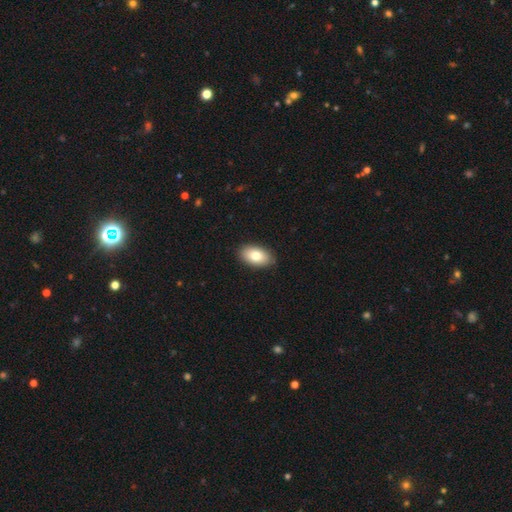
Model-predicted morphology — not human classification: Smooth or featured?
  - smooth: 79% *
  - featured or disk: 14%
  - star or artifact: 7%
How rounded?
  - in between: 93% *
  - round: 5%
  - cigar-shaped: 2%
Merging?
  - none: 88% *
  - minor disturbance: 9%
  - major disturbance: 2%
  - merger: 1%